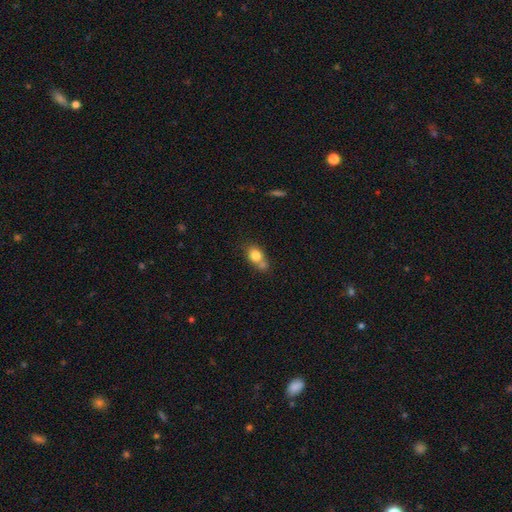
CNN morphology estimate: The model was most divided on "merging": merger: 40%, none: 38%, minor disturbance: 16%, major disturbance: 6%. More confident: smooth or featured — smooth (78%); how rounded — in between (54%).